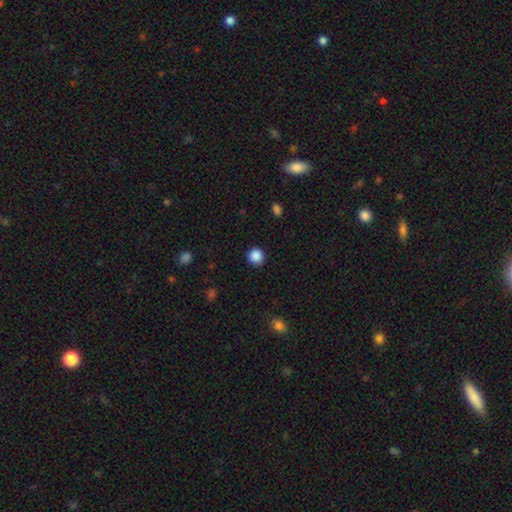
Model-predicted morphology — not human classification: Smooth or featured: smooth — 87% (star or artifact — 10%)
How rounded: round — 94% (in between — 5%)
Merging: none — 91% (minor disturbance — 6%)